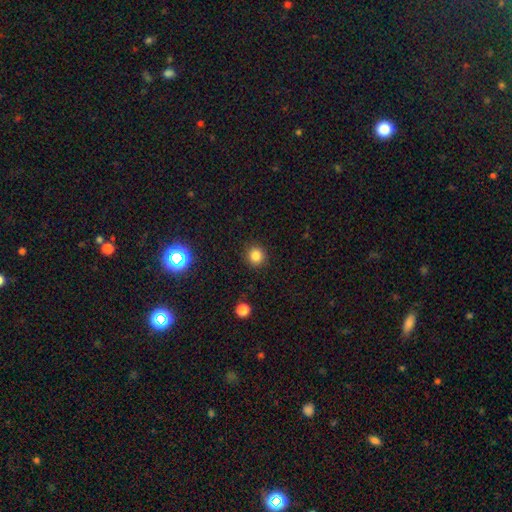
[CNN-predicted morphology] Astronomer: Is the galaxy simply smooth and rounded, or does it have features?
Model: smooth — 83%.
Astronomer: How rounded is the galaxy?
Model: round — 93%.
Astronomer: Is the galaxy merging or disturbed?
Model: none — 91%.